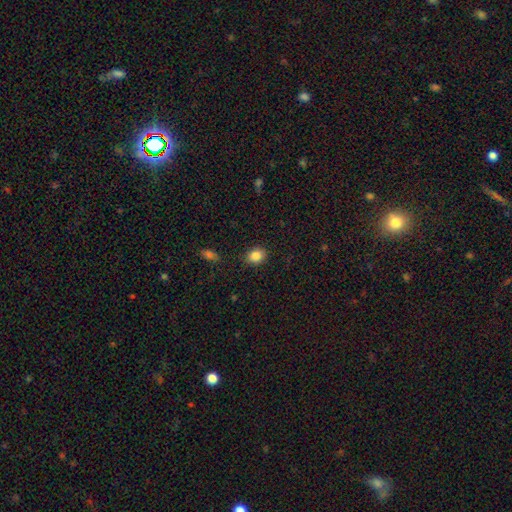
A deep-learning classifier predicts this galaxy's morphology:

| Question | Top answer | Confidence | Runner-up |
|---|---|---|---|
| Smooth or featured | smooth | 85% | star or artifact (9%) |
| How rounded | round | 51% | in between (48%) |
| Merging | none | 87% | minor disturbance (9%) |